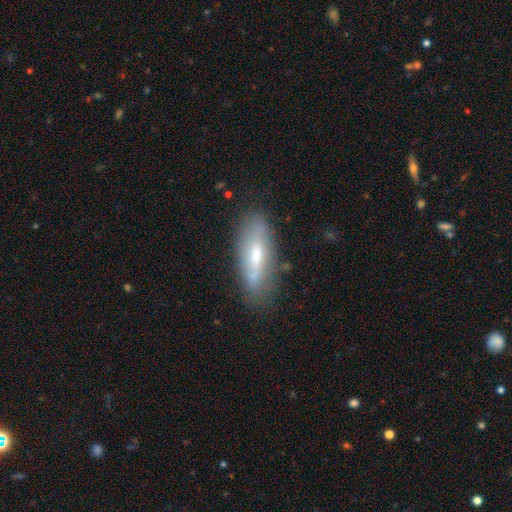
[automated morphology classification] A smooth galaxy with no disk features (52%) that is in between round and cigar-shaped (56%).

Vote fractions:
- Smooth or featured? smooth: 52% / featured or disk: 41% / star or artifact: 7%
- How rounded? in between: 56% / cigar-shaped: 42% / round: 2%
- Merging? none: 72% / minor disturbance: 20% / major disturbance: 5% / merger: 3%